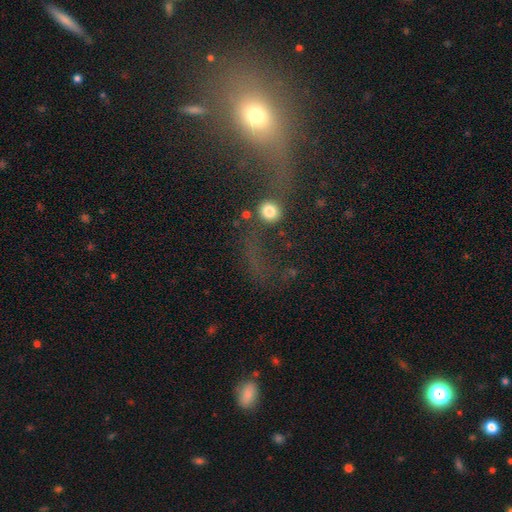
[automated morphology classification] Q: Smooth or featured?
A: featured or disk (41%); runner-up: smooth (32%)
Q: Merging?
A: merger (36%); runner-up: major disturbance (27%)